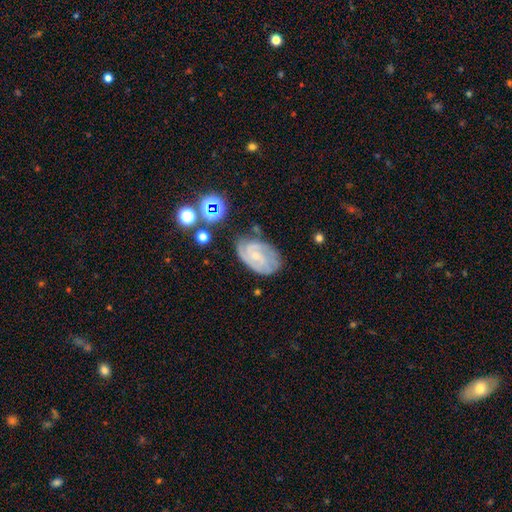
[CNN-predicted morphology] This appears to be a featured or disk galaxy (80%) with no bar (51%), 2 (37%) tight (59%) spiral arms (95%) and a small central bulge (67%). Merging: none (66%).